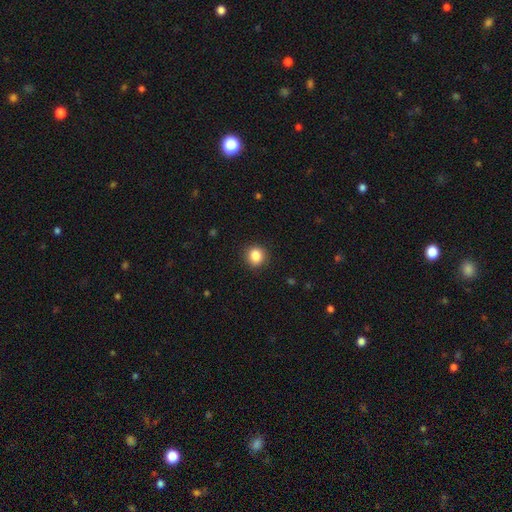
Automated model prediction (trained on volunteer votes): smooth 85%, star or artifact 10%, featured or disk 5%. Down the decision tree: how rounded — round (84%); merging — none (90%).